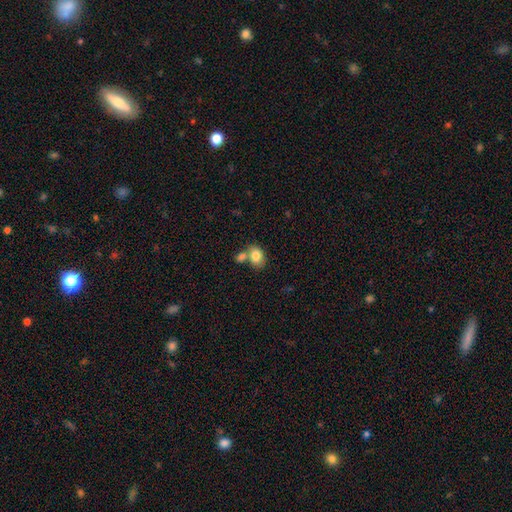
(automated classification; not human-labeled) This is clearly a smooth galaxy (81%). How rounded: likely in between (66%). Merging: possibly none (46%).